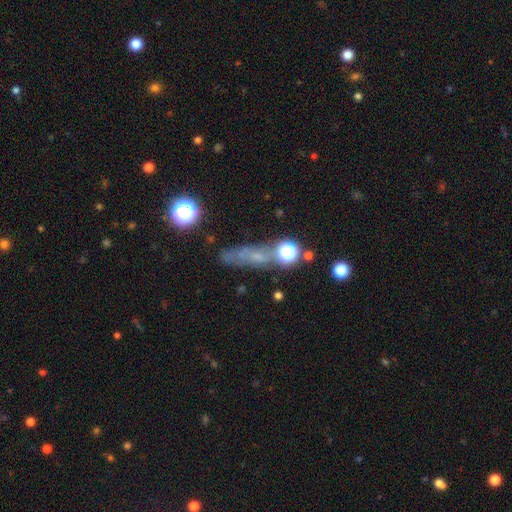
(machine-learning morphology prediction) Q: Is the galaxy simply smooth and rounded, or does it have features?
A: smooth — 40%.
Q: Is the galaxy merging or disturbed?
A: none — 58%.